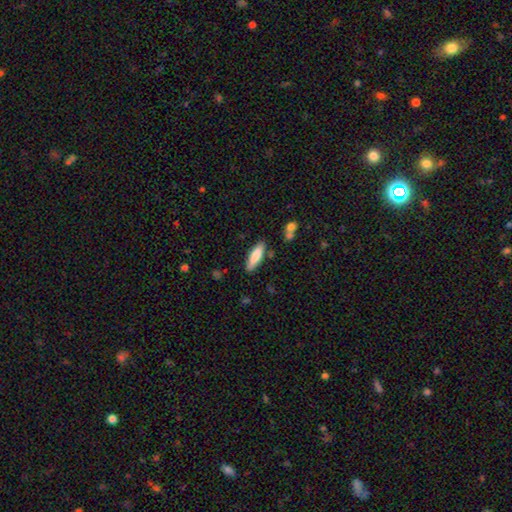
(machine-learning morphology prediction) Overall: smooth (81%). How rounded: cigar-shaped (57%; in between 41%). Merging: none (82%).